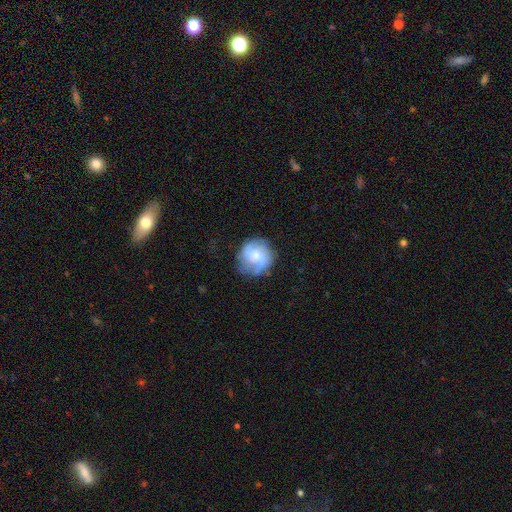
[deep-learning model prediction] A featured or disk galaxy (53%) with no bar (65%), spiral arms (86%) and a small central bulge (43%). Merging: none (68%).